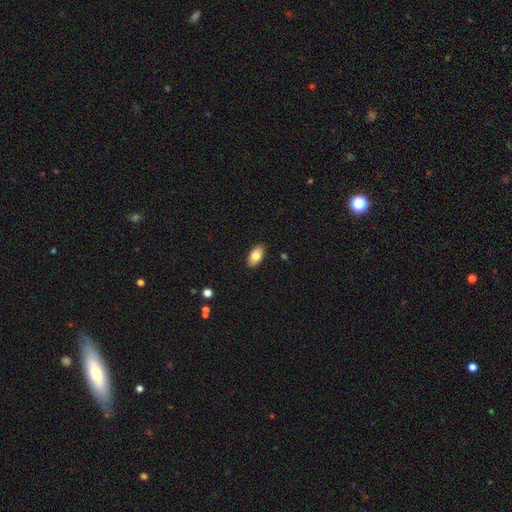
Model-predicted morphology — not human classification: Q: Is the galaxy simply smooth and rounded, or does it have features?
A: smooth — 81%.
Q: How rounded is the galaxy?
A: in between — 93%.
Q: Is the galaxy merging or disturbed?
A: none — 89%.